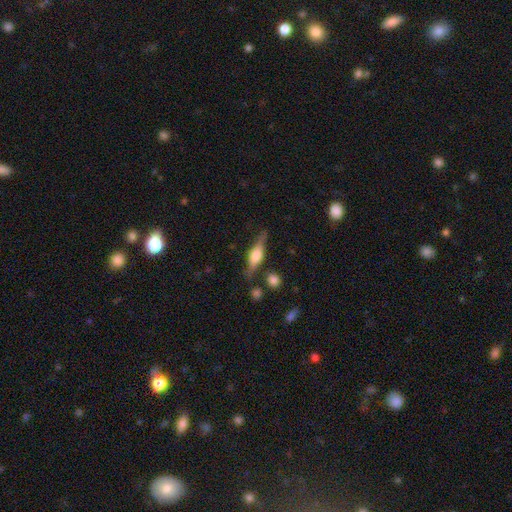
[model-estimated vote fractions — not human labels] A featured or disk galaxy (63%) viewed edge-on (94%) with a rounded central bulge (80%). Merging: none (77%).